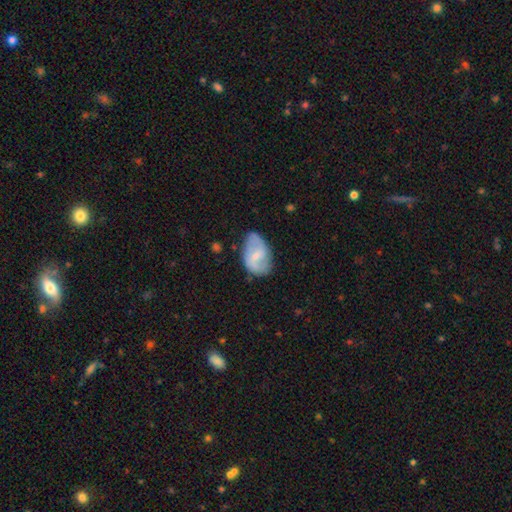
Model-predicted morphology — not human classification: smooth-or-featured: featured or disk: 53% | smooth: 41% | star or artifact: 6%
  disk-edge-on: no: 96% | yes: 4%
    bar: weak: 54% | no: 31% | strong: 16%
    has-spiral-arms: yes: 72% | no: 28%
    bulge-size: small: 57% | moderate: 34% | none: 6% | large: 2% | dominant: 1%
  merging: none: 58% | minor disturbance: 31% | major disturbance: 9% | merger: 2%